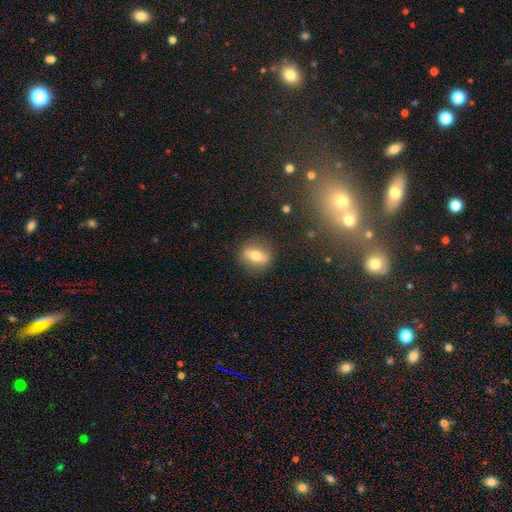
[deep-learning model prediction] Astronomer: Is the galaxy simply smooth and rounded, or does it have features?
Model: smooth — 52% (runner-up: featured or disk, 39%).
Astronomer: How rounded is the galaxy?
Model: in between — 49% (runner-up: round, 40%).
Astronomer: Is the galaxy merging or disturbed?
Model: none — 84%.